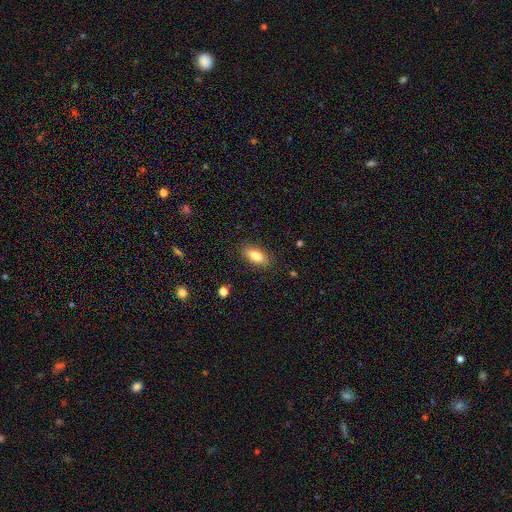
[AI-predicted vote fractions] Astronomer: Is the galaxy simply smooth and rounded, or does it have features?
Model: smooth — 83%.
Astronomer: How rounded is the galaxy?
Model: in between — 88%.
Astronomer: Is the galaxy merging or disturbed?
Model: none — 86%.